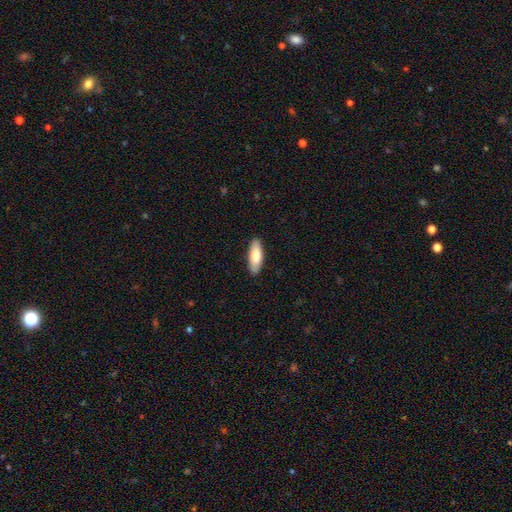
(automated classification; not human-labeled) Morphology: type=smooth (77%); roundness=in between (67%); merging=none (89%).